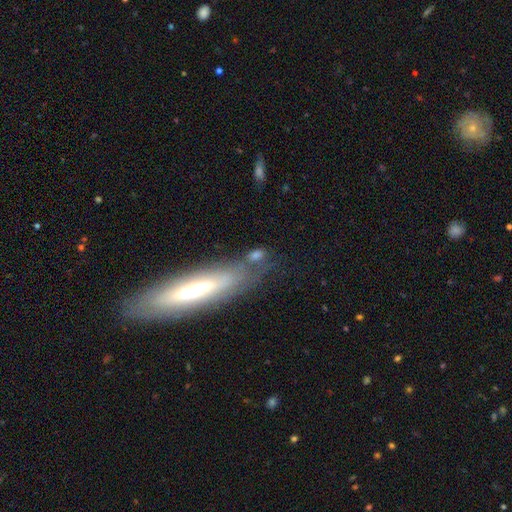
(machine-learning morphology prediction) smooth-or-featured: smooth: 46% | featured or disk: 41% | star or artifact: 13%
  merging: none: 55% | minor disturbance: 19% | merger: 13% | major disturbance: 13%